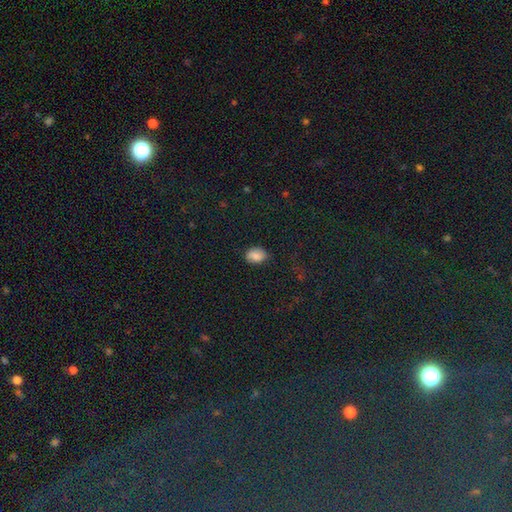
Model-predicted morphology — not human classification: Smooth or featured?
  - smooth: 82% *
  - star or artifact: 11%
  - featured or disk: 7%
How rounded?
  - in between: 76% *
  - round: 22%
  - cigar-shaped: 1%
Merging?
  - none: 80% *
  - minor disturbance: 16%
  - major disturbance: 3%
  - merger: 1%